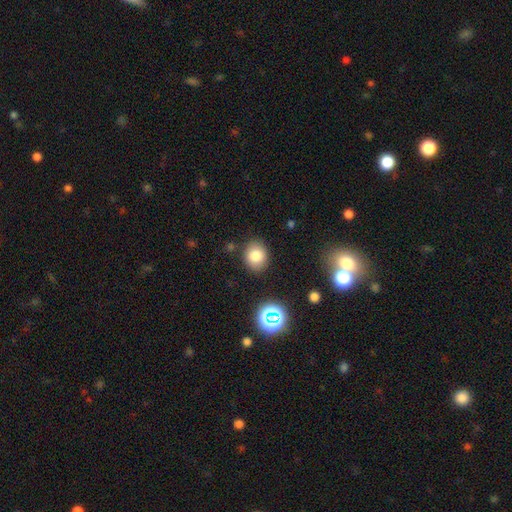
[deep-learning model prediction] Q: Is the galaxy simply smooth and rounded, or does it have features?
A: smooth — 79%.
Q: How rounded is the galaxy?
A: round — 63%.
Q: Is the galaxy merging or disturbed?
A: none — 85%.